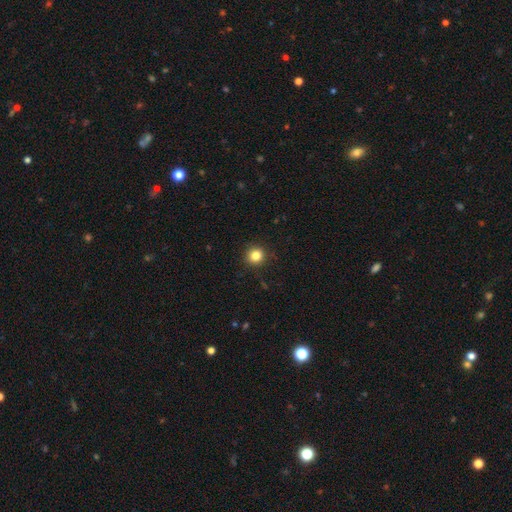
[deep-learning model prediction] Morphology: type=smooth (83%); roundness=round (94%); merging=none (92%).